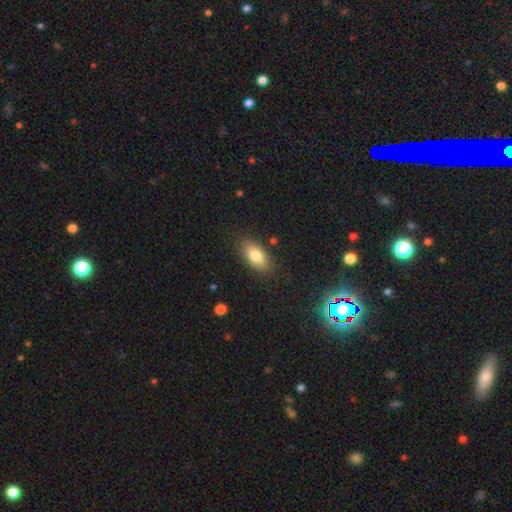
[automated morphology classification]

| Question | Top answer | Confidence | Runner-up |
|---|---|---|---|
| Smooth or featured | smooth | 79% | featured or disk (13%) |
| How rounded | in between | 89% | cigar-shaped (6%) |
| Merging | none | 84% | minor disturbance (11%) |